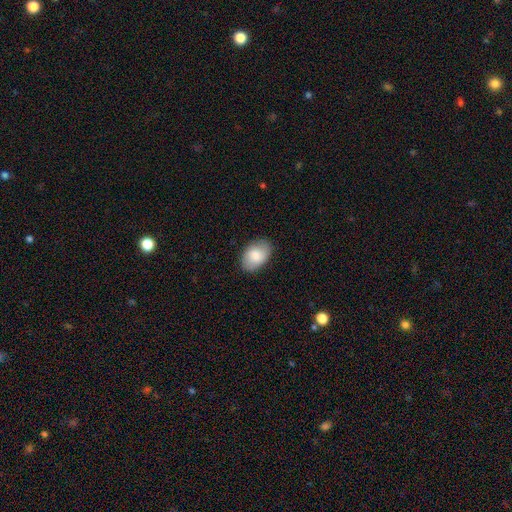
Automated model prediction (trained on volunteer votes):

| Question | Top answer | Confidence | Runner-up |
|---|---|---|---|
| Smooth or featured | smooth | 80% | featured or disk (14%) |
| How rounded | in between | 88% | round (11%) |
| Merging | none | 84% | minor disturbance (12%) |